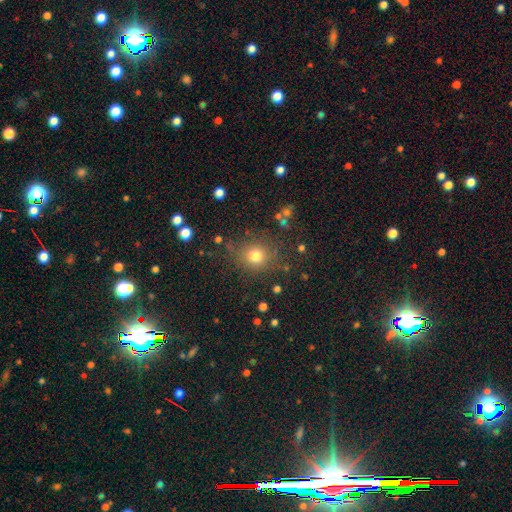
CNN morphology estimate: A smooth galaxy with no disk features (76%) that is round (88%). Merging: none (81%).